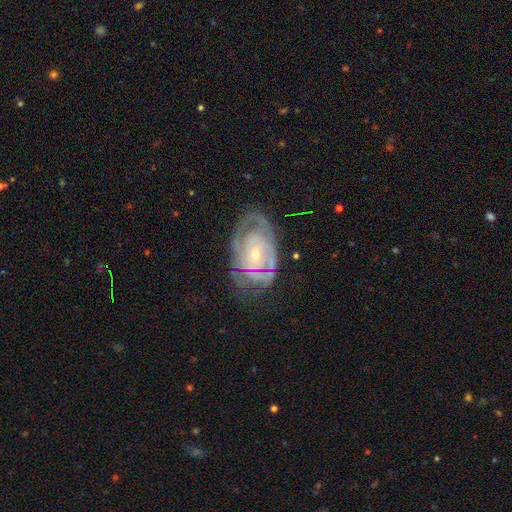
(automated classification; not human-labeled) Q: Smooth or featured?
A: featured or disk (81%); runner-up: smooth (12%)
Q: Edge-on disk?
A: no (95%); runner-up: yes (5%)
Q: Bar?
A: no (70%); runner-up: weak (23%)
Q: Spiral arms?
A: yes (86%); runner-up: no (14%)
Q: Spiral winding?
A: tight (67%); runner-up: medium (26%)
Q: Spiral arm count?
A: can't tell (46%); runner-up: 2 (24%)
Q: Bulge size?
A: small (68%); runner-up: moderate (28%)
Q: Merging?
A: none (61%); runner-up: minor disturbance (23%)